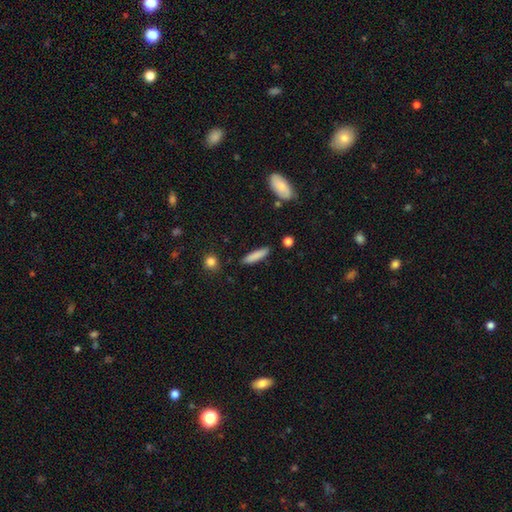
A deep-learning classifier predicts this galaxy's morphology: A smooth galaxy with no disk features (83%) that is cigar-shaped (81%). Merging: none (86%).